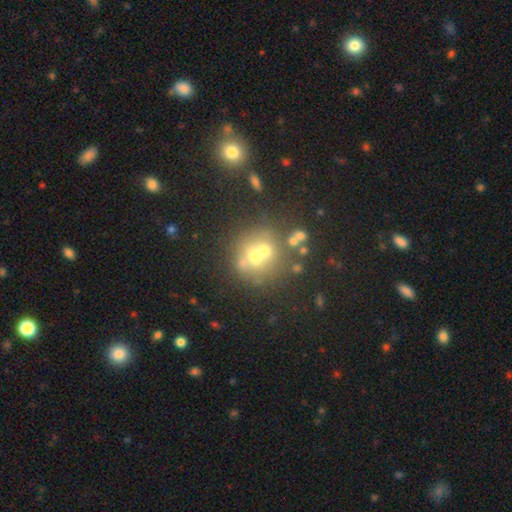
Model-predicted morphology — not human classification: Smooth or featured: smooth — 47% (star or artifact — 26%)
Merging: none — 46% (merger — 40%)